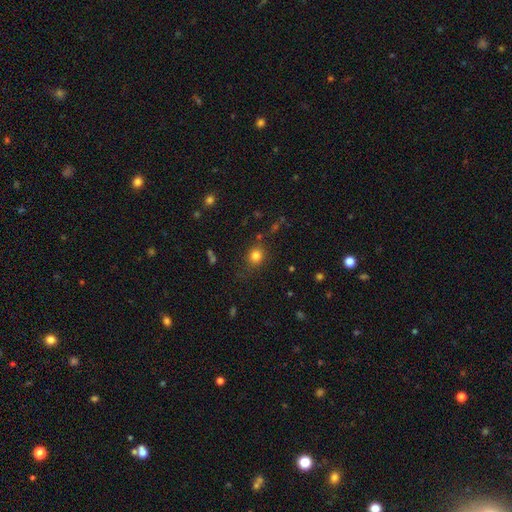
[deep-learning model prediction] This is clearly a smooth galaxy (80%). How rounded: likely round (75%). Merging: likely none (79%).